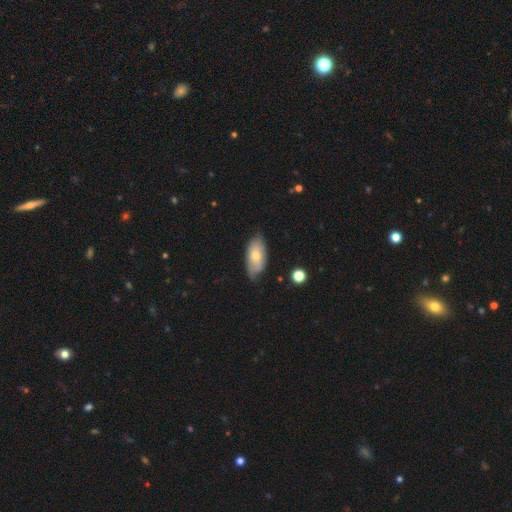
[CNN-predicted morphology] type=smooth (60%); roundness=in between (90%); merging=none (66%).